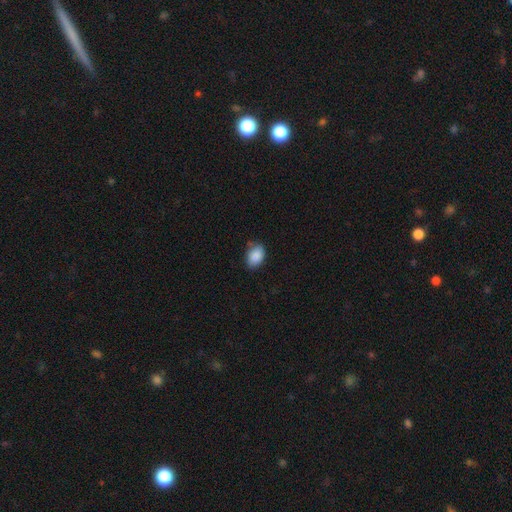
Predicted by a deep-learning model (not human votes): Smooth or featured? Predicted: smooth (p=0.88). How rounded? Predicted: in between (p=0.79). Merging? Predicted: none (p=0.72).